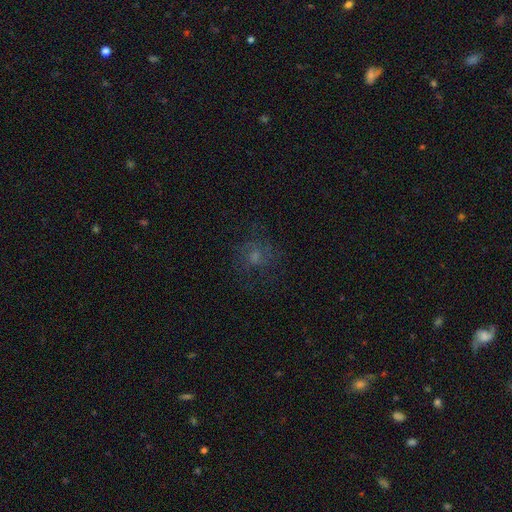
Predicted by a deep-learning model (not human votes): Smooth or featured: featured or disk — 42% (smooth — 35%)
Merging: none — 66% (major disturbance — 16%)